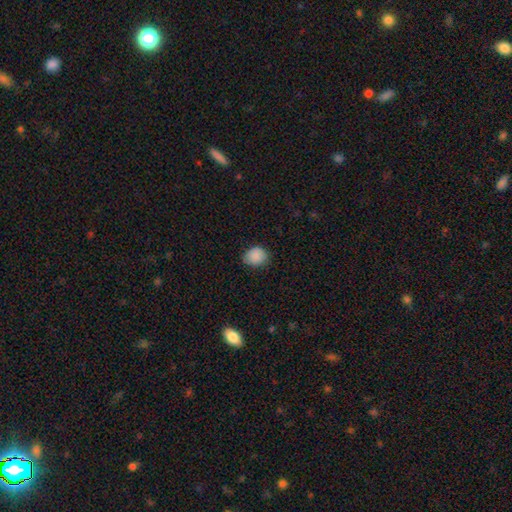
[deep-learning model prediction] Smooth or featured? Predicted: smooth (p=0.88). How rounded? Predicted: round (p=0.62). Merging? Predicted: none (p=0.76).